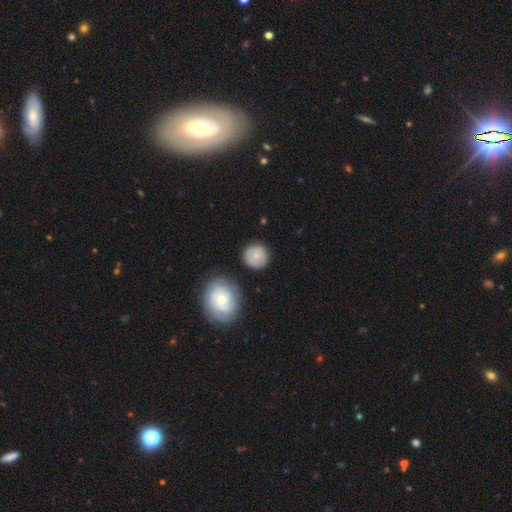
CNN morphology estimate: Smooth or featured: smooth — 78% (featured or disk — 15%)
How rounded: round — 92% (in between — 7%)
Merging: none — 81% (minor disturbance — 11%)